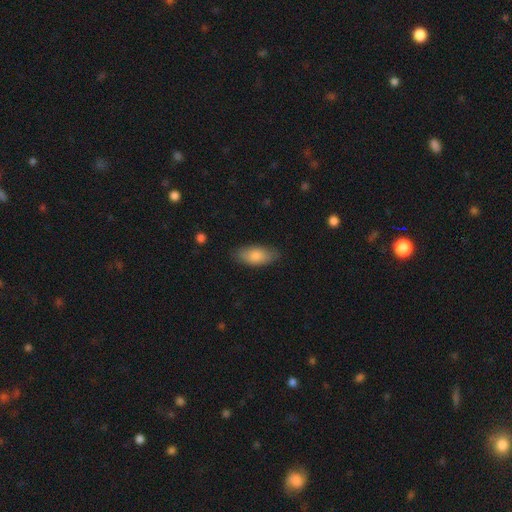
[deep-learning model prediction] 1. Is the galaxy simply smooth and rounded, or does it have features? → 83% smooth, 12% featured or disk, 6% star or artifact.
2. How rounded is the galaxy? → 88% in between, 10% cigar-shaped, 2% round.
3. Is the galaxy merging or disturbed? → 82% none, 14% minor disturbance, 3% major disturbance, 1% merger.